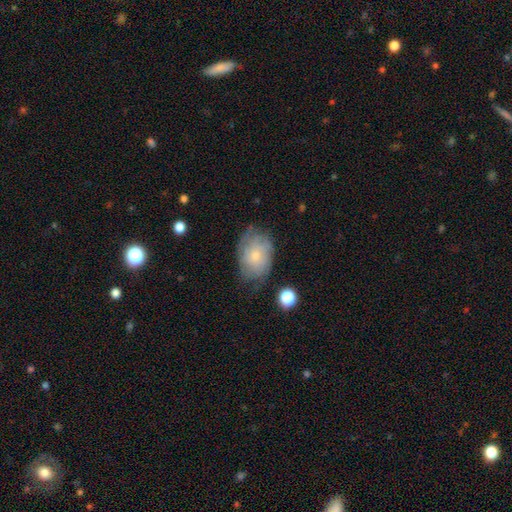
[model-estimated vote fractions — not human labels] Smooth or featured: smooth — 49% (featured or disk — 42%)
Merging: none — 61% (minor disturbance — 27%)